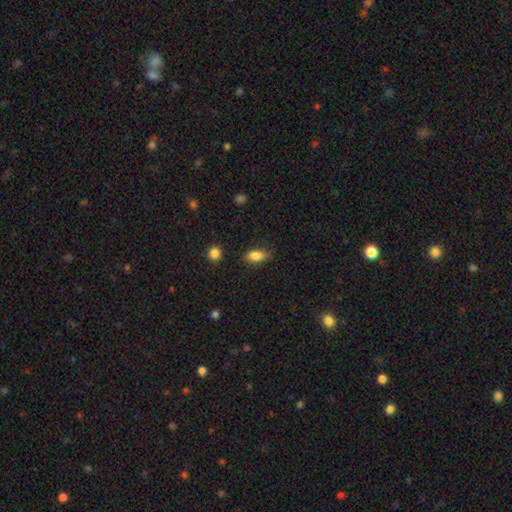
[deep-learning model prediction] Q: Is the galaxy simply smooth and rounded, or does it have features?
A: smooth — 86%.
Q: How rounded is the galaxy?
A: in between — 87%.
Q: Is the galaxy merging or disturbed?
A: none — 80%.